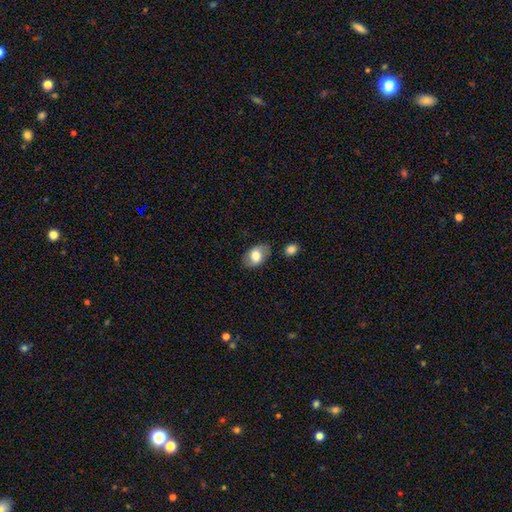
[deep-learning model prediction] Overall: smooth (71%). How rounded: in between (84%). Merging: none (76%).